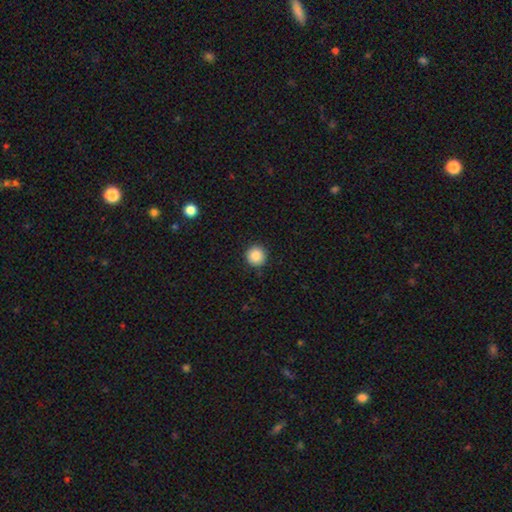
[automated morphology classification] smooth_or_featured: smooth (p=0.87) [alt: star or artifact p=0.09]
how_rounded: round (p=0.96) [alt: in between p=0.04]
merging: none (p=0.92) [alt: minor disturbance p=0.06]